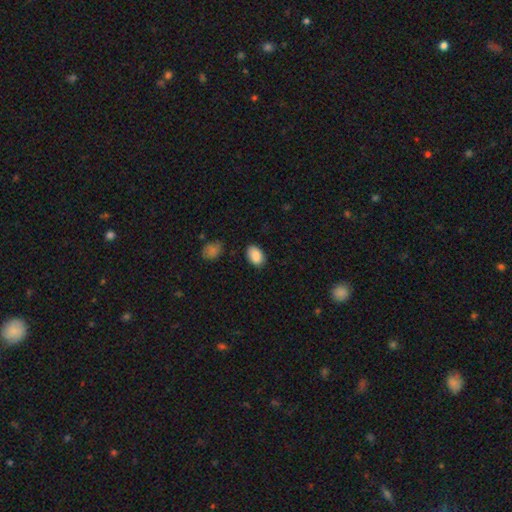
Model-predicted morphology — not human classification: The model was most divided on "merging": none: 83%, minor disturbance: 13%, major disturbance: 3%, merger: 2%. More confident: smooth or featured — smooth (88%); how rounded — in between (87%).